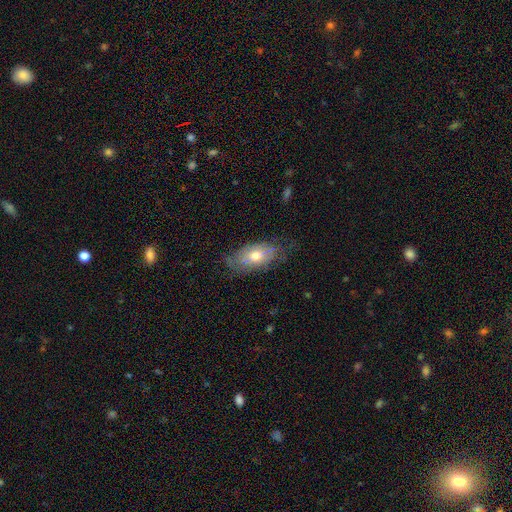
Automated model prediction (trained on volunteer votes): Overall: smooth (51%; featured or disk 42%). How rounded: in between (88%). Merging: none (64%; minor disturbance 26%).